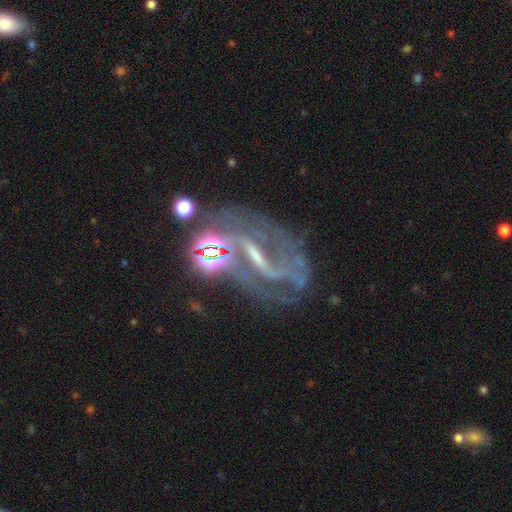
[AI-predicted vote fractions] The model was most divided on "bulge size": small: 36%, none: 34%, moderate: 22%, large: 6%, dominant: 2%. Remaining: edge-on disk — no (94%); spiral arms — yes (91%); smooth or featured — featured or disk (80%); bar — strong (69%); spiral arm count — 2 (65%); spiral winding — medium (46%); merging — none (44%).